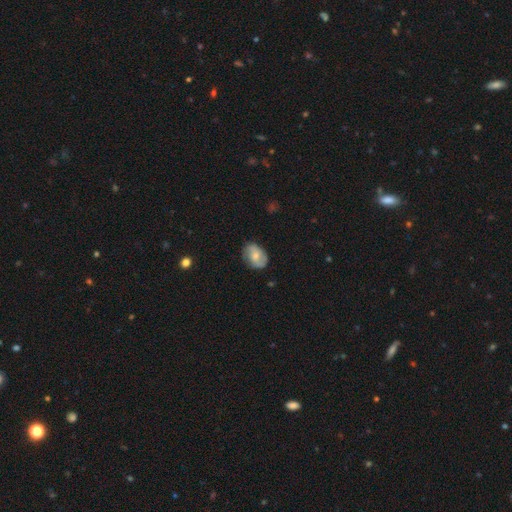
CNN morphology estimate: Smooth or featured? smooth (52%)
How rounded? in between (73%)
Merging? none (74%)